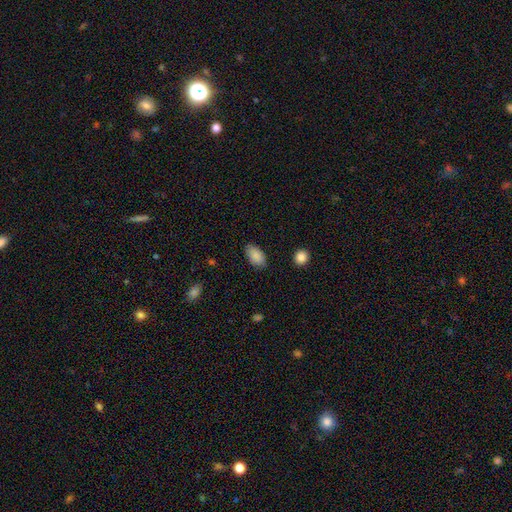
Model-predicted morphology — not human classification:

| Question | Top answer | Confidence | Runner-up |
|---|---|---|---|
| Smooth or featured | smooth | 89% | star or artifact (7%) |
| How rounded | in between | 94% | round (4%) |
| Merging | none | 85% | minor disturbance (11%) |